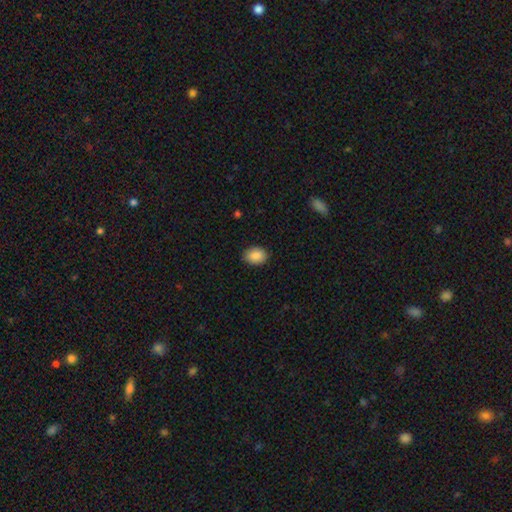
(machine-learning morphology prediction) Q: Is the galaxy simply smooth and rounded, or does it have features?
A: smooth — 89%.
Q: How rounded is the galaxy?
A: in between — 71%.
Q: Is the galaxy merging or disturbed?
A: none — 88%.